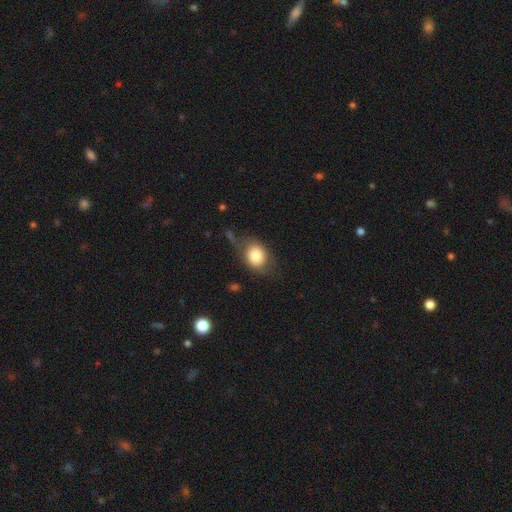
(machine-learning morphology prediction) The model was most divided on "how rounded": in between: 58%, round: 41%, cigar-shaped: 1%. More confident: smooth or featured — smooth (78%); merging — none (60%).